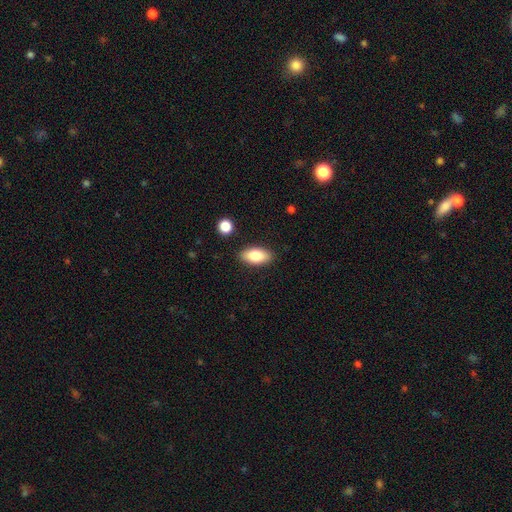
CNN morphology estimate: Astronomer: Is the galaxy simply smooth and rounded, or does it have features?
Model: smooth — 81%.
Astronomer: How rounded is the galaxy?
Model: in between — 90%.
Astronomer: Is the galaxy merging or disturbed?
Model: none — 87%.